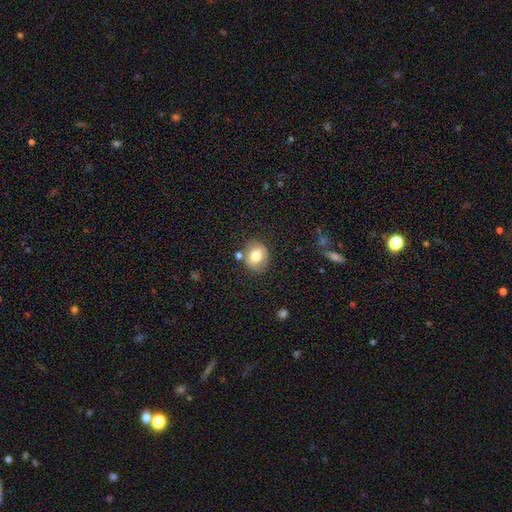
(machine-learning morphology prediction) smooth 73%, featured or disk 17%, star or artifact 9%. Down the decision tree: how rounded — round (70%); merging — none (76%).